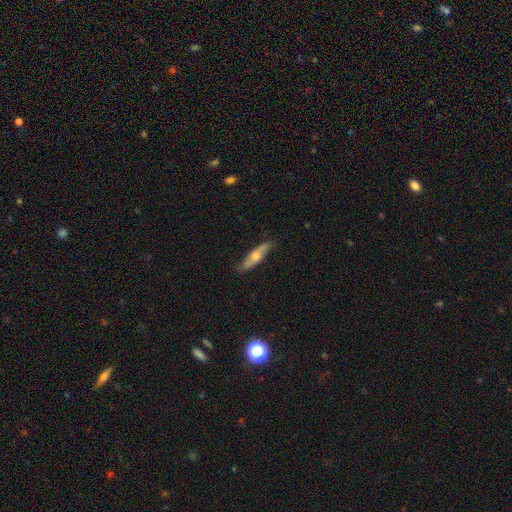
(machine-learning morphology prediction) Q: Smooth or featured?
A: smooth (49%); runner-up: featured or disk (45%)
Q: Merging?
A: none (81%); runner-up: minor disturbance (16%)